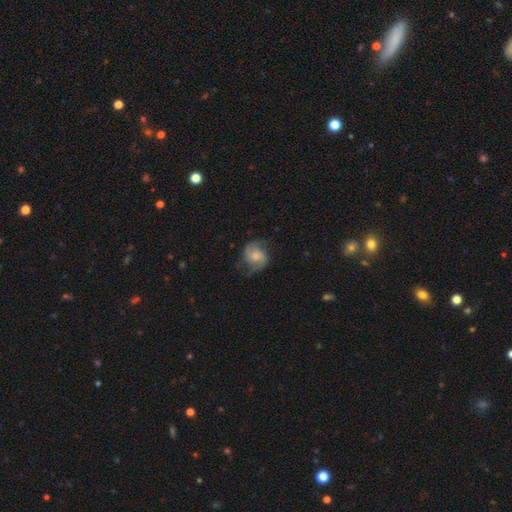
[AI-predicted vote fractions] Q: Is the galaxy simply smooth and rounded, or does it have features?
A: featured or disk — 68%.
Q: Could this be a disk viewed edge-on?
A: no — 98%.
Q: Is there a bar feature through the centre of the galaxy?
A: no — 62%.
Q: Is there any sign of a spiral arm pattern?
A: yes — 94%.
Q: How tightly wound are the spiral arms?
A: medium — 49%.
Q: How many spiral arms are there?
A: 2 — 86%.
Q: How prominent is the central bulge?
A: moderate — 37%.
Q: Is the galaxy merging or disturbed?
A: none — 67%.